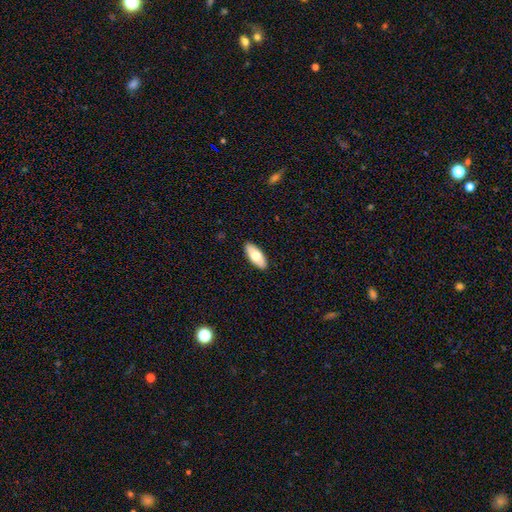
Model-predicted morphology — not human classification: This appears to be a smooth galaxy with no disk features (71%) that is in between round and cigar-shaped (87%). Merging: none (90%).